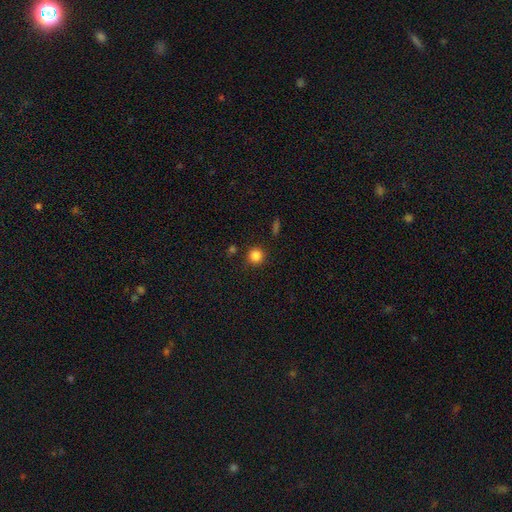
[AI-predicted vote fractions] smooth 84%, star or artifact 12%, featured or disk 4%. Down the decision tree: how rounded — round (93%); merging — none (87%).